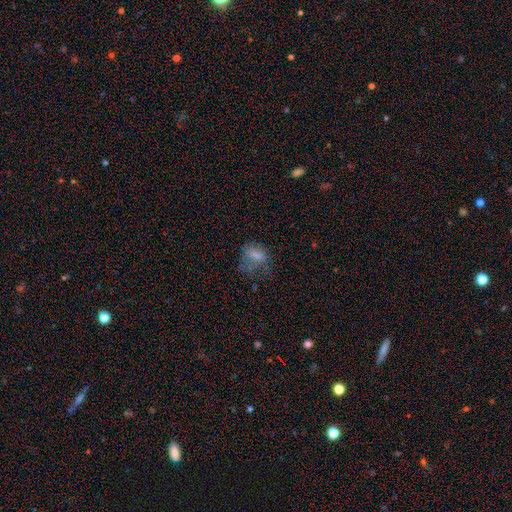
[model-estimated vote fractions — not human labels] smooth-or-featured: smooth: 64% | featured or disk: 21% | star or artifact: 16%
  how-rounded: in between: 67% | round: 27% | cigar-shaped: 6%
  merging: none: 37% | major disturbance: 36% | minor disturbance: 24% | merger: 3%